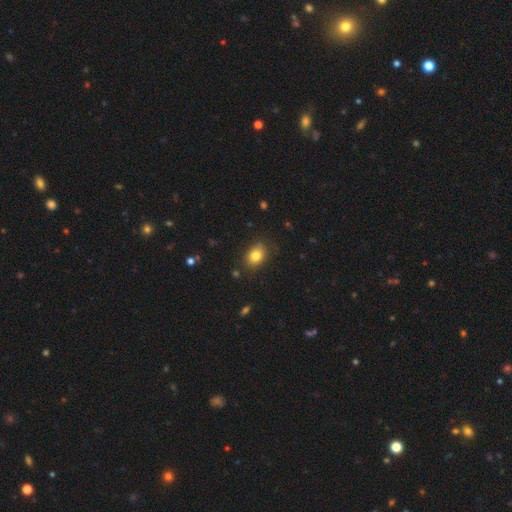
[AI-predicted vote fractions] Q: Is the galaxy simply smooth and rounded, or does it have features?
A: smooth — 82%.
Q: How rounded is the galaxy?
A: in between — 69%.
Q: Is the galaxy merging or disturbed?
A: none — 82%.